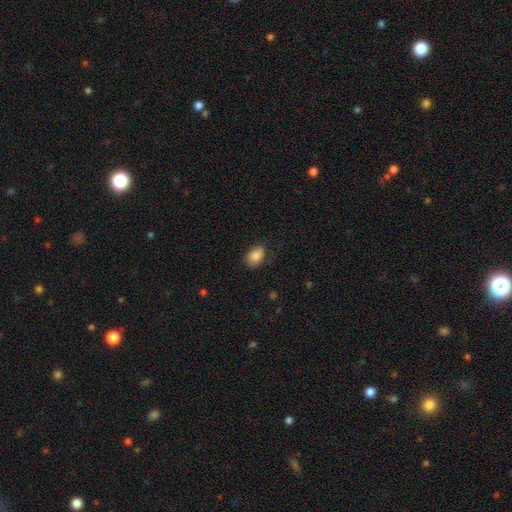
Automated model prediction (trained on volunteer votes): This appears to be a smooth galaxy with no disk features (86%) that is in between round and cigar-shaped (85%). Merging: none (71%).